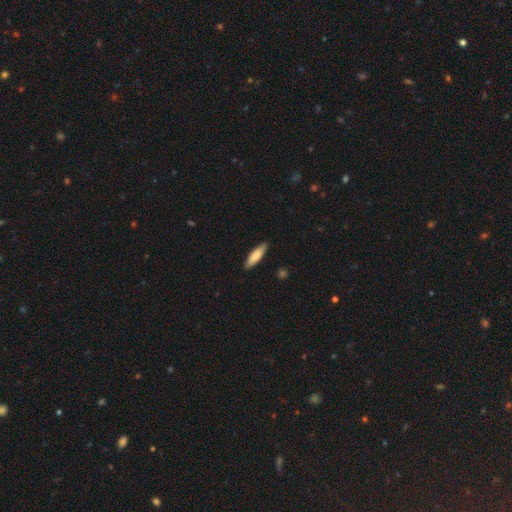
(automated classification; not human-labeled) A smooth galaxy with no disk features (82%) that is cigar-shaped (62%).

Vote fractions:
- Smooth or featured? smooth: 82% / featured or disk: 12% / star or artifact: 5%
- How rounded? cigar-shaped: 62% / in between: 36% / round: 2%
- Merging? none: 87% / minor disturbance: 10% / major disturbance: 2% / merger: 1%